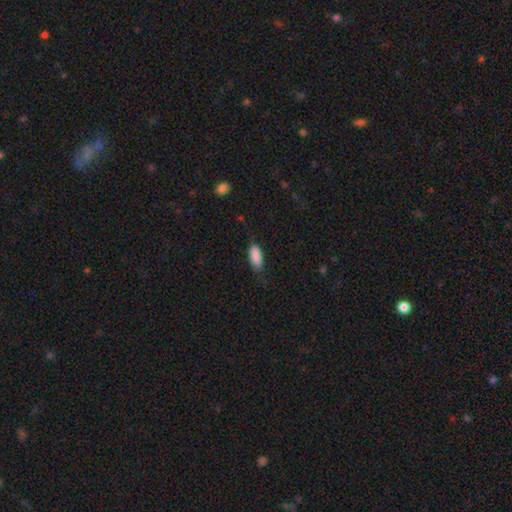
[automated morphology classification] type=smooth (88%); roundness=in between (82%); merging=none (74%).